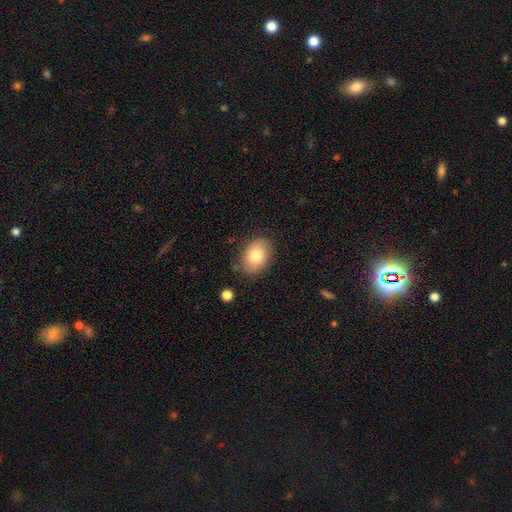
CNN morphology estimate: Smooth or featured: smooth — 79% (featured or disk — 14%)
How rounded: in between — 75% (round — 24%)
Merging: none — 79% (minor disturbance — 15%)